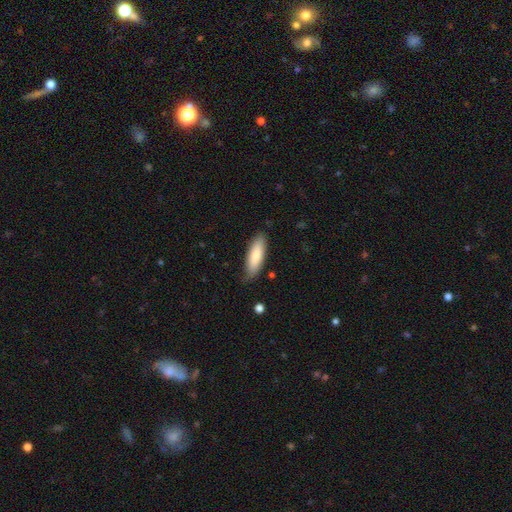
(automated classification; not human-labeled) smooth_or_featured: smooth (p=0.83) [alt: featured or disk p=0.12]
how_rounded: in between (p=0.52) [alt: cigar-shaped p=0.46]
merging: none (p=0.81) [alt: minor disturbance p=0.15]